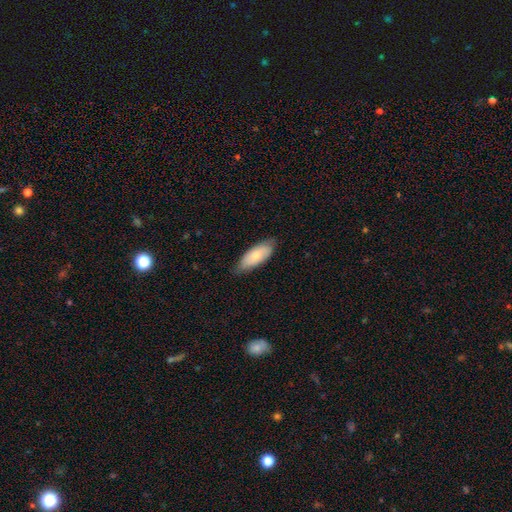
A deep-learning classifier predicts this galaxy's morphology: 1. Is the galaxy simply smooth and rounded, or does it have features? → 73% smooth, 21% featured or disk, 6% star or artifact.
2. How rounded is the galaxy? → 83% in between, 15% cigar-shaped, 2% round.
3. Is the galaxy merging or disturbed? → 77% none, 20% minor disturbance, 3% major disturbance, 1% merger.